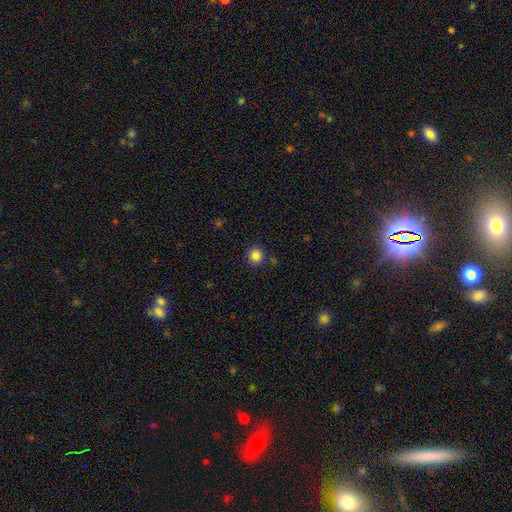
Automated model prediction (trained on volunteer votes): The model was most divided on "smooth or featured": smooth: 85%, star or artifact: 11%, featured or disk: 4%. More confident: how rounded — round (92%); merging — none (87%).